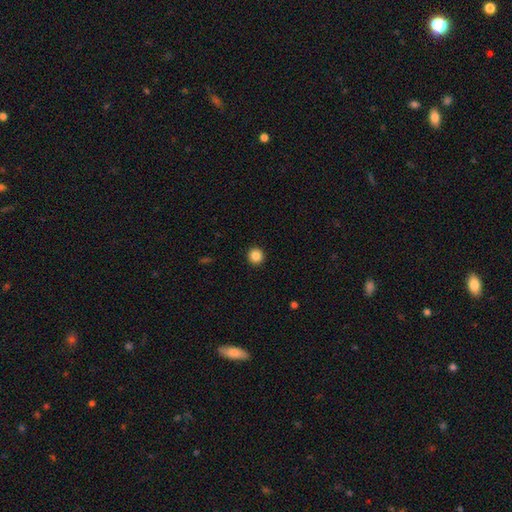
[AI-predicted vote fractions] Overall: smooth (86%). How rounded: round (95%). Merging: none (93%).